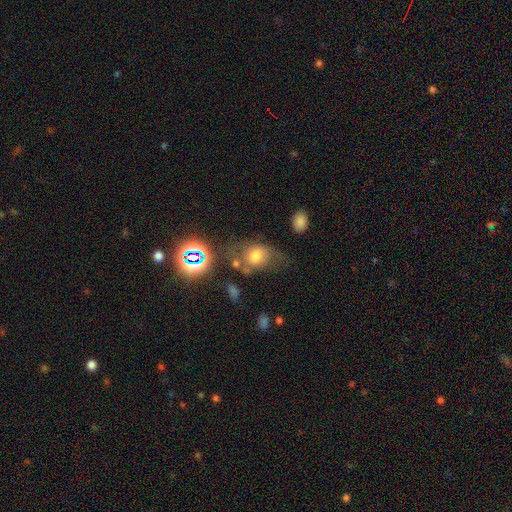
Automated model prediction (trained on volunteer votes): A smooth galaxy with no disk features (61%) that is round (51%). Merging: none (42%).